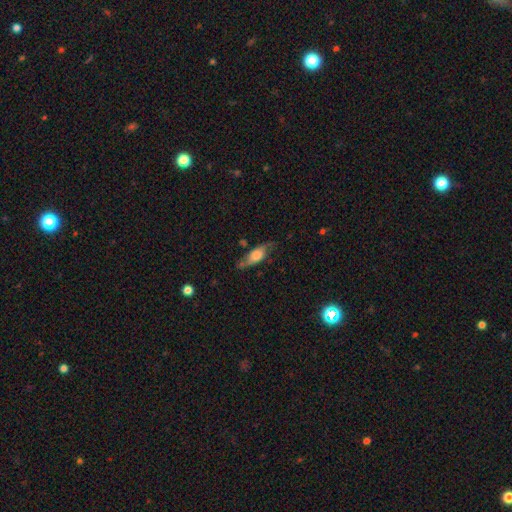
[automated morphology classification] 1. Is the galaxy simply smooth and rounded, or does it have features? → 50% featured or disk, 42% smooth, 8% star or artifact.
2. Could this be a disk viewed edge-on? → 56% no, 44% yes.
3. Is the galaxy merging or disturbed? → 64% none, 24% minor disturbance, 9% major disturbance, 3% merger.